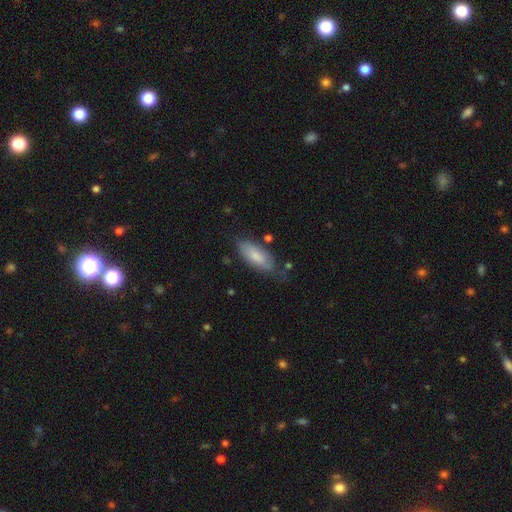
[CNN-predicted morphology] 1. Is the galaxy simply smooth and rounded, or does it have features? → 77% smooth, 18% featured or disk, 6% star or artifact.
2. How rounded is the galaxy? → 78% in between, 20% cigar-shaped, 2% round.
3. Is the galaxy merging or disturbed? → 61% none, 27% minor disturbance, 8% major disturbance, 3% merger.